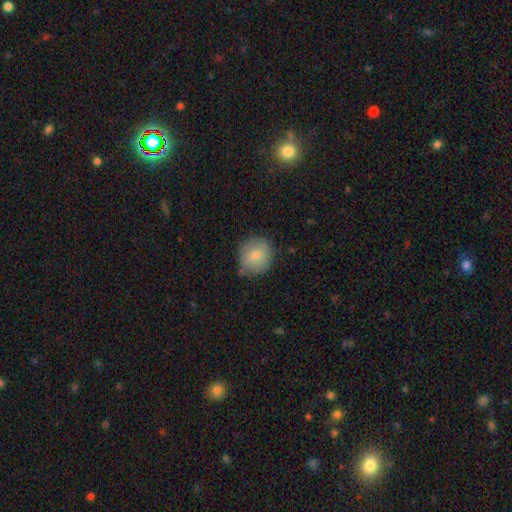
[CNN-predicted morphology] Smooth or featured?
  - smooth: 78% *
  - featured or disk: 15%
  - star or artifact: 8%
How rounded?
  - round: 89% *
  - in between: 10%
  - cigar-shaped: 1%
Merging?
  - none: 72% *
  - minor disturbance: 21%
  - major disturbance: 4%
  - merger: 3%